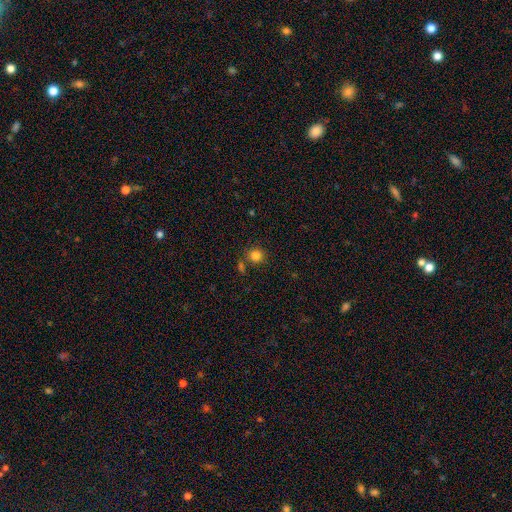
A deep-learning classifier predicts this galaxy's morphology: Overall: smooth (84%). How rounded: round (86%). Merging: none (76%).